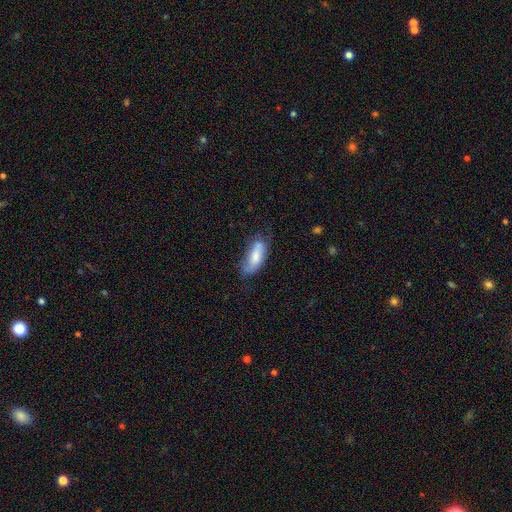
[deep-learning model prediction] A smooth galaxy with no disk features (71%) that is in between round and cigar-shaped (73%).

Vote fractions:
- Smooth or featured? smooth: 71% / featured or disk: 22% / star or artifact: 7%
- How rounded? in between: 73% / cigar-shaped: 25% / round: 2%
- Merging? none: 51% / minor disturbance: 32% / major disturbance: 11% / merger: 5%